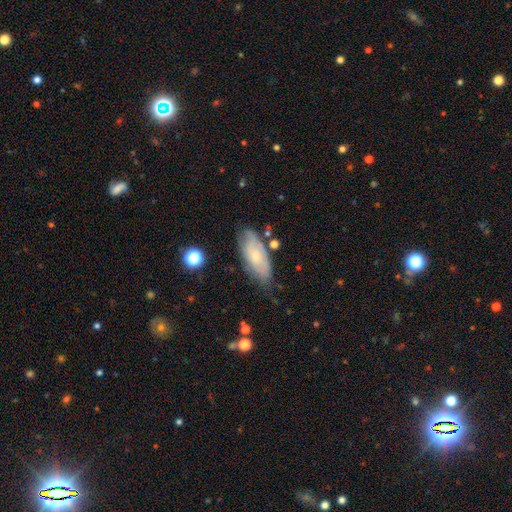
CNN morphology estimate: Q: Smooth or featured?
A: smooth (47%); runner-up: featured or disk (46%)
Q: Merging?
A: none (67%); runner-up: minor disturbance (24%)